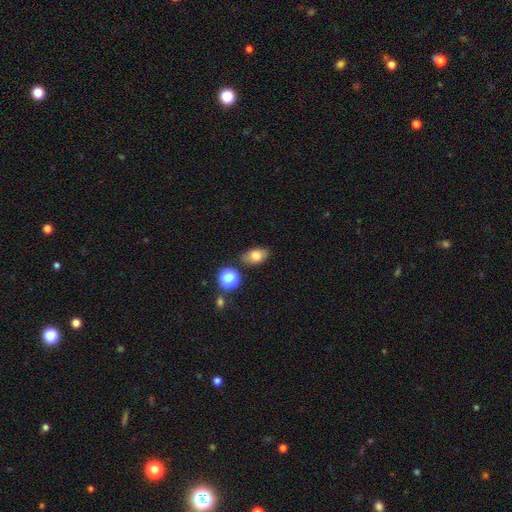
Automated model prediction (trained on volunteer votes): Smooth or featured: smooth — 76% (featured or disk — 13%)
How rounded: in between — 85% (round — 13%)
Merging: none — 78% (minor disturbance — 14%)